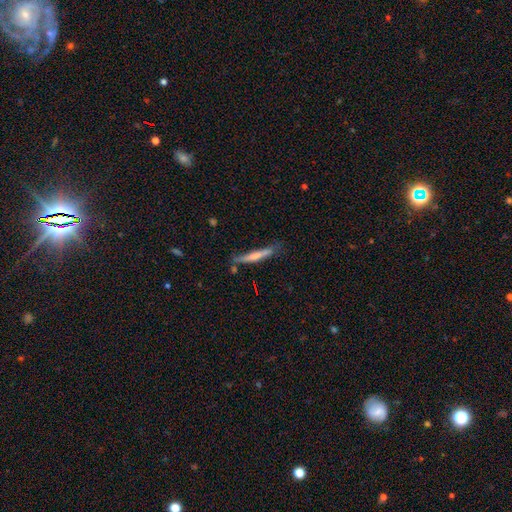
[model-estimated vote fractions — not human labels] Smooth or featured? smooth (56%)
How rounded? cigar-shaped (94%)
Merging? none (67%)